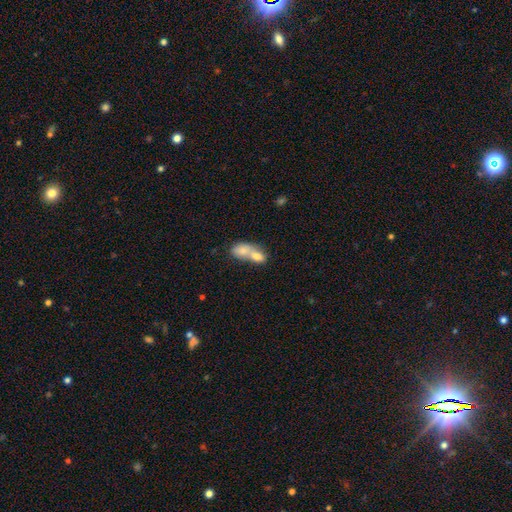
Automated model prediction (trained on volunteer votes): Smooth or featured? smooth (71%)
How rounded? in between (77%)
Merging? merger (77%)